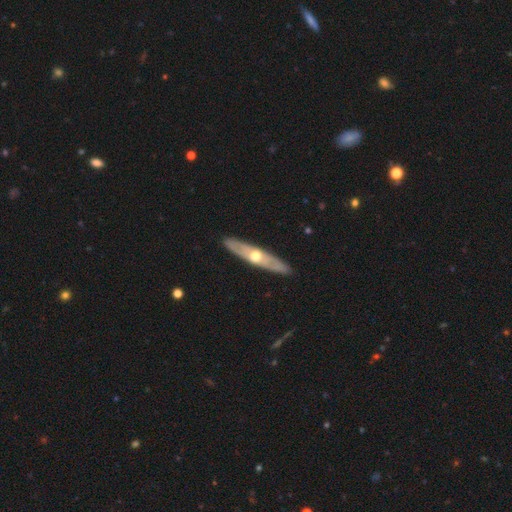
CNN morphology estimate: smooth_or_featured: featured or disk (p=0.64) [alt: smooth p=0.32]
disk_edge_on: yes (p=0.71) [alt: no p=0.29]
merging: none (p=0.90) [alt: minor disturbance p=0.08]